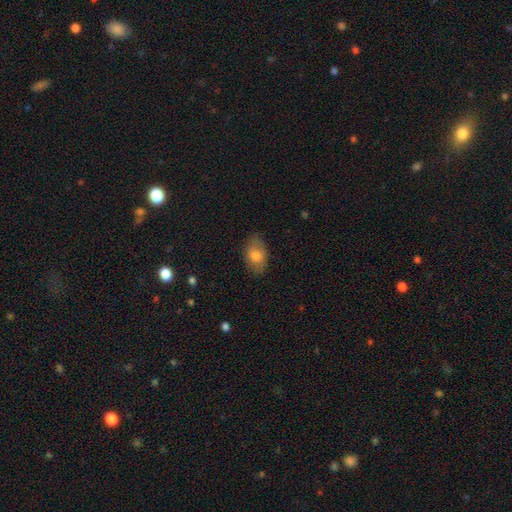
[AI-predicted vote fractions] The model was most divided on "smooth or featured": smooth: 76%, featured or disk: 17%, star or artifact: 7%. More confident: how rounded — in between (85%); merging — none (79%).